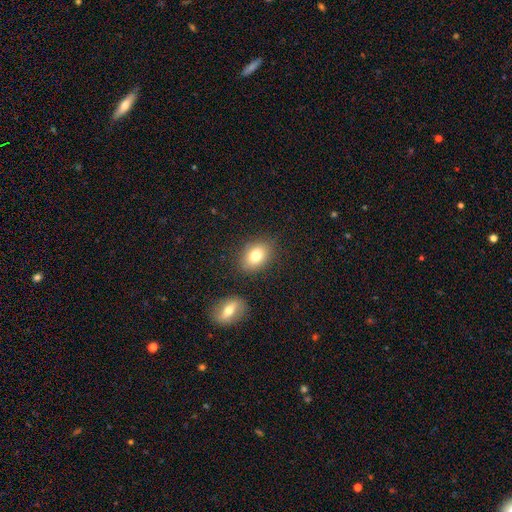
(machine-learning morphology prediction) type=smooth (78%); roundness=in between (72%); merging=none (79%).